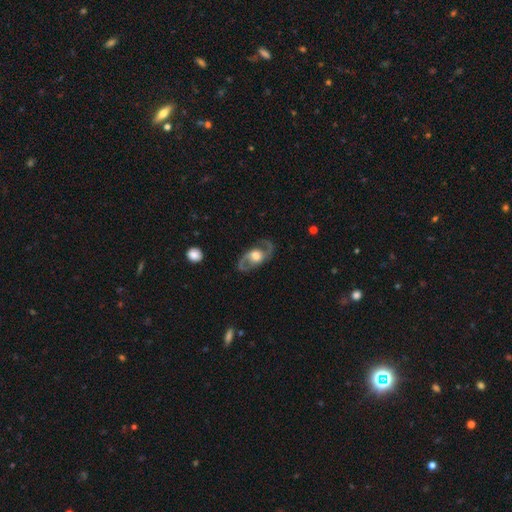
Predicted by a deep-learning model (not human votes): Smooth or featured?
  - featured or disk: 86% *
  - smooth: 10%
  - star or artifact: 5%
Edge-on disk?
  - no: 95% *
  - yes: 5%
Bar?
  - no: 63% *
  - weak: 29%
  - strong: 8%
Spiral arms?
  - yes: 93% *
  - no: 7%
Spiral winding?
  - medium: 53% *
  - loose: 35%
  - tight: 12%
Spiral arm count?
  - 2: 93% *
  - can't tell: 2%
  - 1: 2%
  - 3: 1%
  - 4: 1%
  - more than 4: 1%
Bulge size?
  - moderate: 53% *
  - large: 36%
  - small: 7%
  - dominant: 3%
  - none: 2%
Merging?
  - none: 80% *
  - minor disturbance: 12%
  - major disturbance: 7%
  - merger: 1%